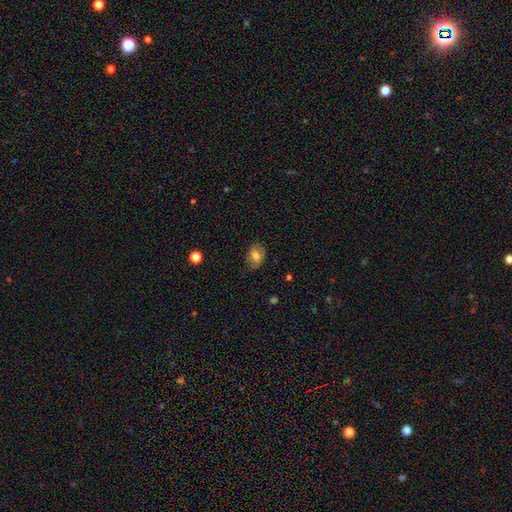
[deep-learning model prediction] A smooth galaxy with no disk features (69%) that is in between round and cigar-shaped (74%).

Vote fractions:
- Smooth or featured? smooth: 69% / featured or disk: 22% / star or artifact: 9%
- How rounded? in between: 74% / round: 24% / cigar-shaped: 1%
- Merging? none: 74% / minor disturbance: 20% / major disturbance: 5% / merger: 1%